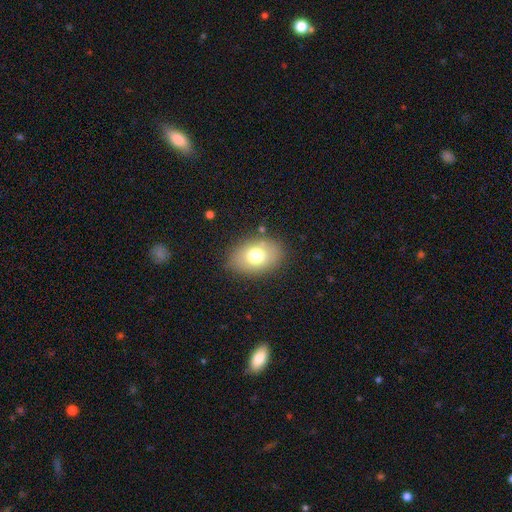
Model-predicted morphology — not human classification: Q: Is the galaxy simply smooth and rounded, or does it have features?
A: smooth — 73%.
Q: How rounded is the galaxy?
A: in between — 80%.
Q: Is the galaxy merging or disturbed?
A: none — 83%.